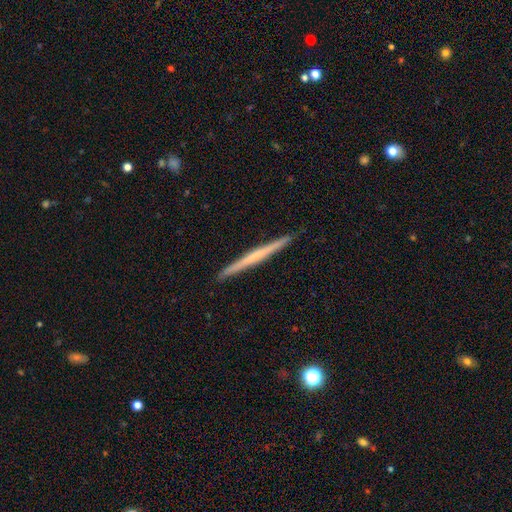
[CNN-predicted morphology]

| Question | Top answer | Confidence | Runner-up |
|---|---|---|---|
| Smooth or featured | featured or disk | 58% | smooth (37%) |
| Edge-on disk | yes | 98% | no (2%) |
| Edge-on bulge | none | 76% | rounded (17%) |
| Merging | none | 93% | minor disturbance (5%) |